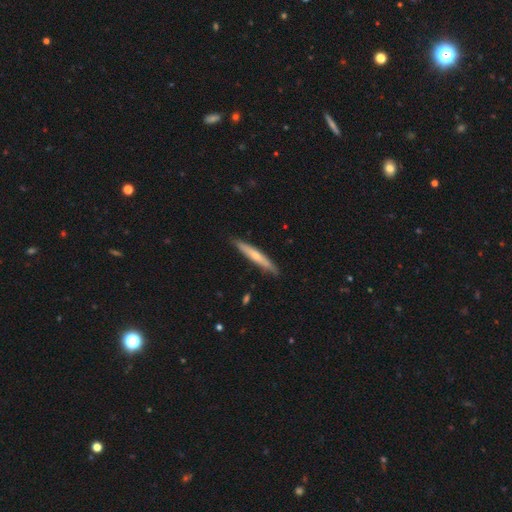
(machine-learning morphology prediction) This appears to be a smooth galaxy with no disk features (51%) that is cigar-shaped (94%). Merging: none (87%).